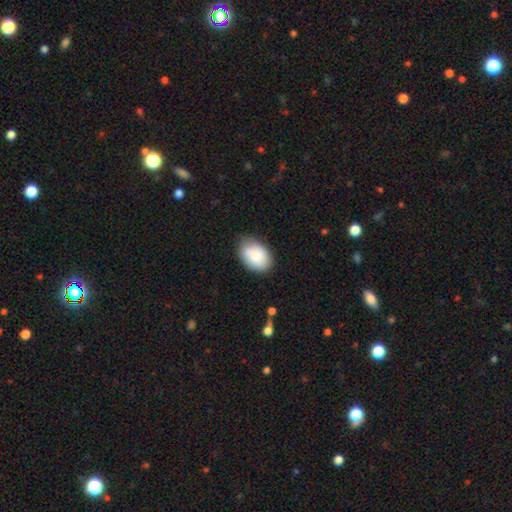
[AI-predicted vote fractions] A smooth galaxy with no disk features (83%) that is in between round and cigar-shaped (83%).

Vote fractions:
- Smooth or featured? smooth: 83% / featured or disk: 11% / star or artifact: 6%
- How rounded? in between: 83% / round: 16% / cigar-shaped: 1%
- Merging? none: 77% / minor disturbance: 18% / major disturbance: 3% / merger: 2%